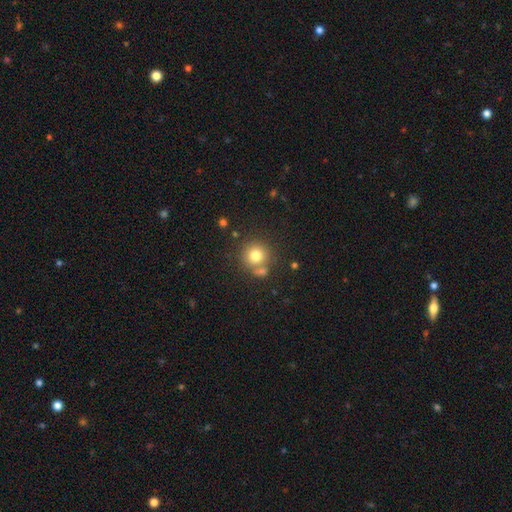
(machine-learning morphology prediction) A smooth galaxy with no disk features (77%) that is round (92%). Merging: none (67%).